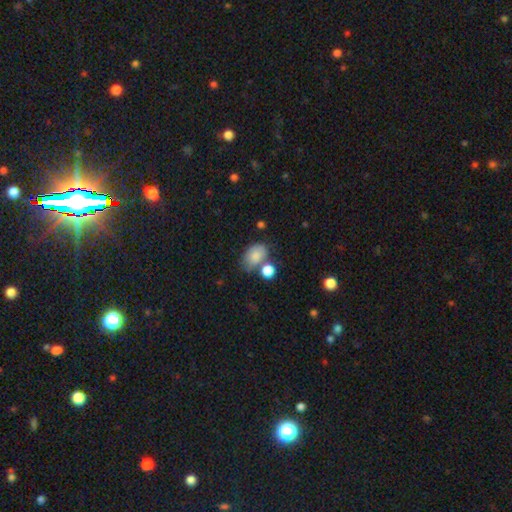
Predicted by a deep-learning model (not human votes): Smooth or featured? smooth (81%)
How rounded? in between (83%)
Merging? none (51%)